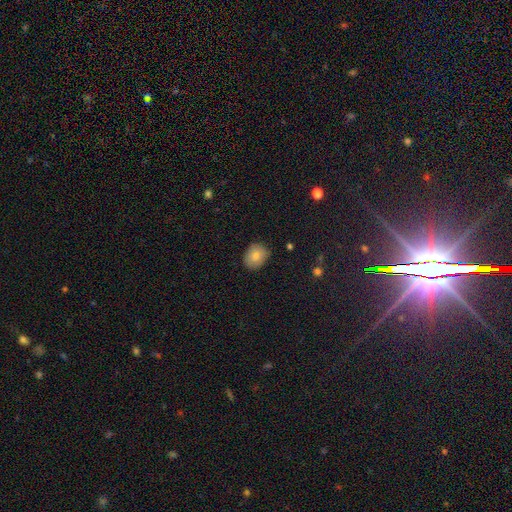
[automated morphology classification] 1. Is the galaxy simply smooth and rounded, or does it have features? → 81% smooth, 11% featured or disk, 8% star or artifact.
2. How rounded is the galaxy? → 50% in between, 49% round, 1% cigar-shaped.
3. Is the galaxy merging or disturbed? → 84% none, 12% minor disturbance, 2% major disturbance, 1% merger.